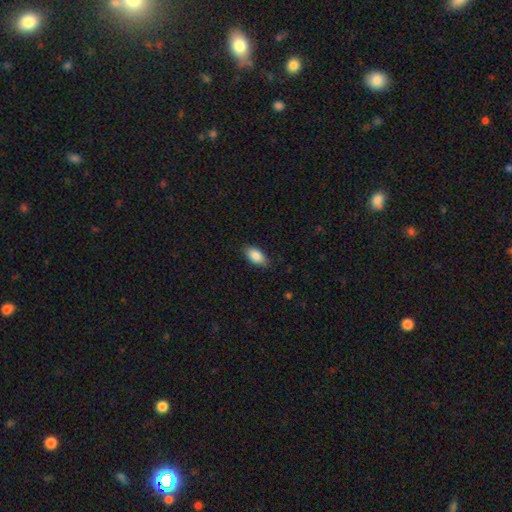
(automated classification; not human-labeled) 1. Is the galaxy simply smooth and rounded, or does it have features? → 87% smooth, 7% star or artifact, 6% featured or disk.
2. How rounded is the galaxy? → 92% in between, 5% cigar-shaped, 3% round.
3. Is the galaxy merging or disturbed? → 85% none, 12% minor disturbance, 2% major disturbance, 1% merger.